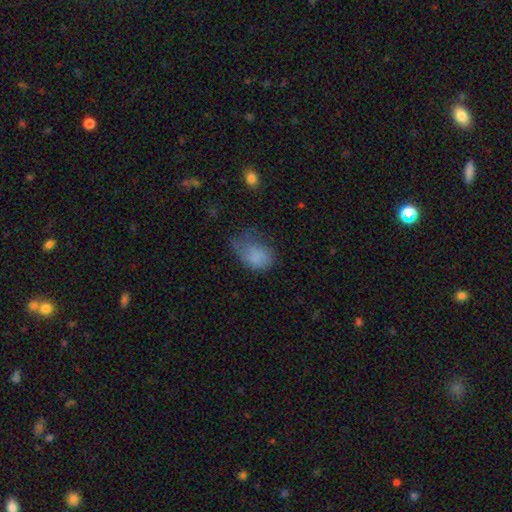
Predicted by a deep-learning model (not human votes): smooth 77%, featured or disk 13%, star or artifact 10%. Down the decision tree: how rounded — in between (78%); merging — major disturbance (37%).